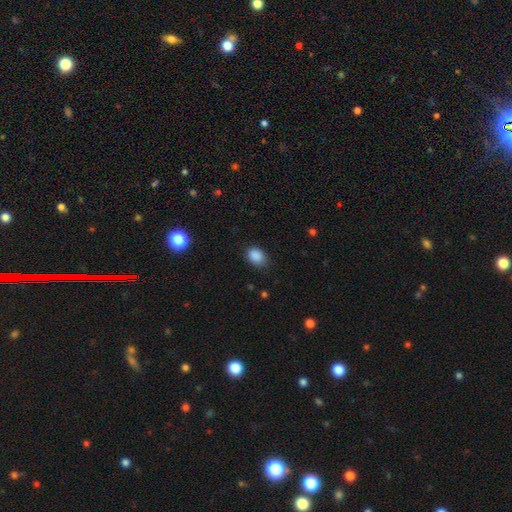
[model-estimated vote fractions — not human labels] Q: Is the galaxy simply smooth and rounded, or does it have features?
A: smooth — 87%.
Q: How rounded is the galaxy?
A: in between — 63%.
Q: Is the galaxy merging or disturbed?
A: none — 79%.